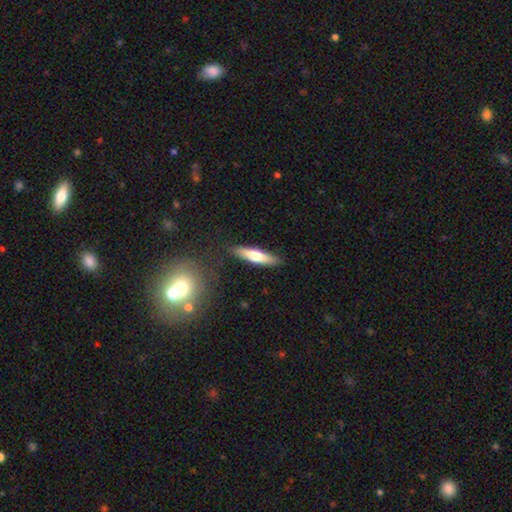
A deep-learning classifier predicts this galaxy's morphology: smooth_or_featured: smooth (p=0.58) [alt: featured or disk p=0.36]
how_rounded: cigar-shaped (p=0.78) [alt: in between p=0.21]
merging: none (p=0.88) [alt: minor disturbance p=0.08]